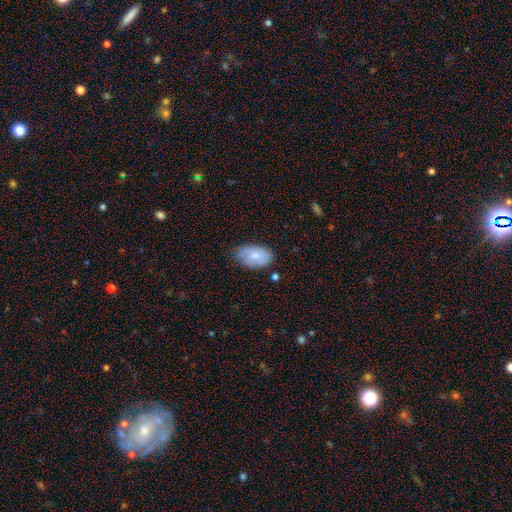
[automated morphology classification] This is likely a smooth galaxy (75%). How rounded: clearly in between (92%). Merging: likely none (73%).